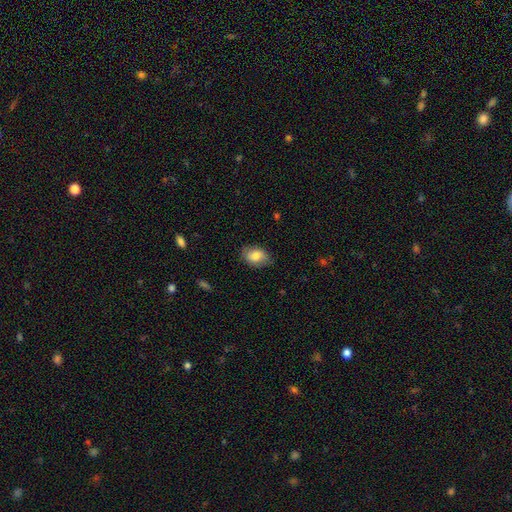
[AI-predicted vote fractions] Smooth or featured: smooth — 73% (featured or disk — 19%)
How rounded: in between — 81% (round — 18%)
Merging: none — 78% (minor disturbance — 18%)